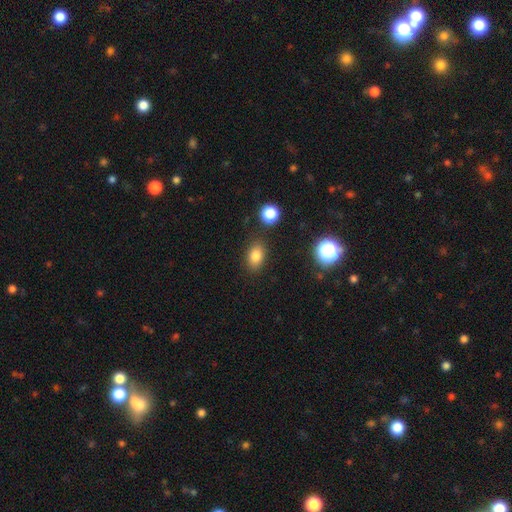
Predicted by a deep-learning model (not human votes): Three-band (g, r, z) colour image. It shows a smooth galaxy with no disk features (81%) that is in between round and cigar-shaped (80%). Merging: none (83%).